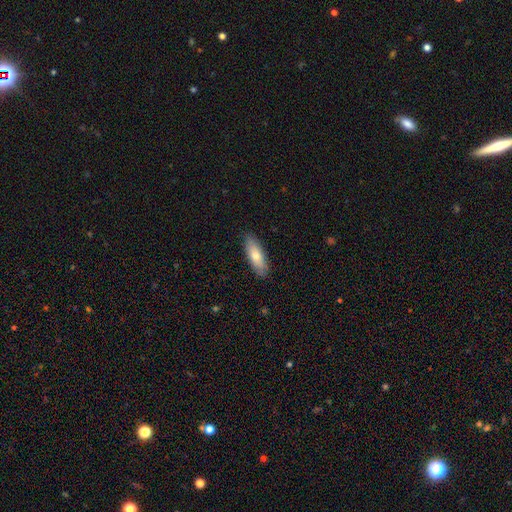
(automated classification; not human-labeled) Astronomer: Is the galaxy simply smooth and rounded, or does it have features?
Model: smooth — 68%.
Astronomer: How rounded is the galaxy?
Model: in between — 57% (runner-up: cigar-shaped, 41%).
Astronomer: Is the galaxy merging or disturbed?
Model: none — 87%.